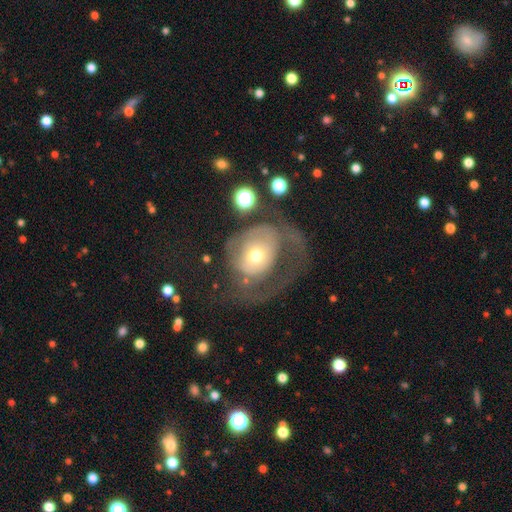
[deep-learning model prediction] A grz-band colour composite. It shows a featured or disk galaxy (54%) with no bar (80%), no spiral arms (51%) and a moderate central bulge (58%). Merging: major disturbance (53%).